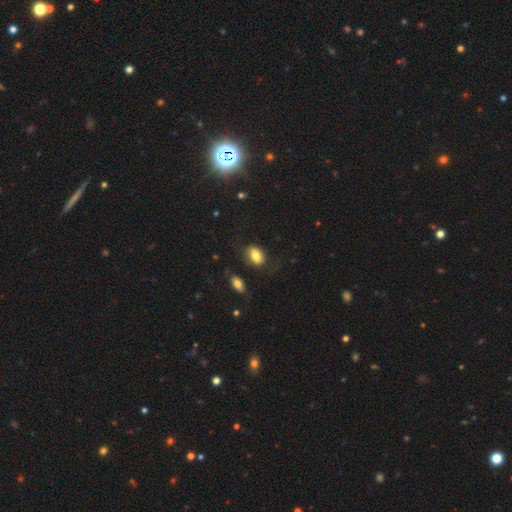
This is clearly a smooth galaxy (90%). How rounded: clearly in between (86%). Merging: likely none (76%).